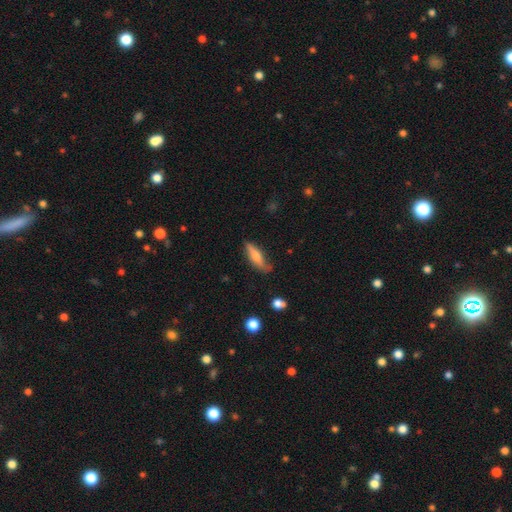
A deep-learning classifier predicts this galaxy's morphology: Smooth or featured? Predicted: smooth (p=0.62). How rounded? Predicted: cigar-shaped (p=0.60). Merging? Predicted: none (p=0.65).